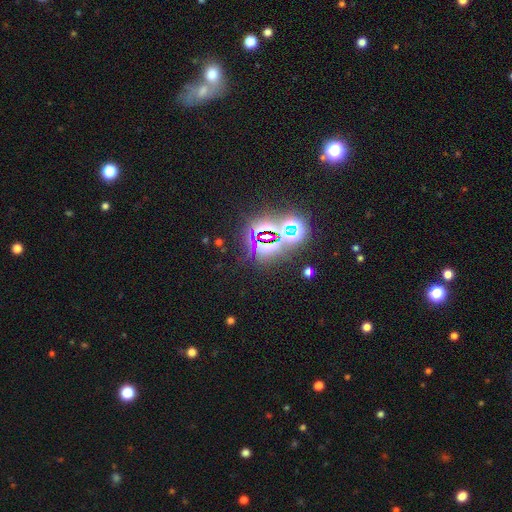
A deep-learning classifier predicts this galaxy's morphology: Q: Smooth or featured?
A: star or artifact (74%); runner-up: smooth (16%)